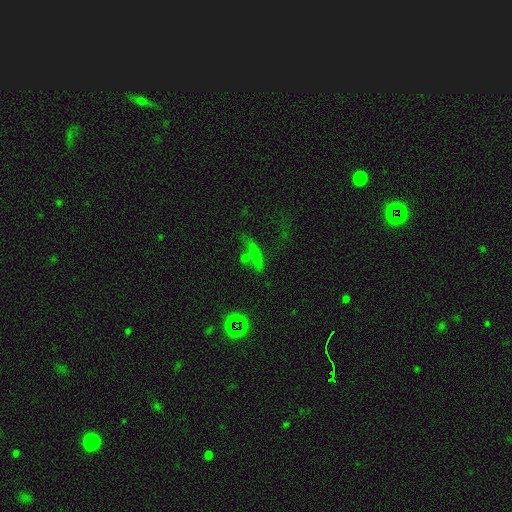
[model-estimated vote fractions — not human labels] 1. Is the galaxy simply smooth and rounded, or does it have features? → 56% smooth, 25% star or artifact, 19% featured or disk.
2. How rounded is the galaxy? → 69% cigar-shaped, 23% in between, 8% round.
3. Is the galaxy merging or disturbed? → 53% none, 19% merger, 17% minor disturbance, 12% major disturbance.